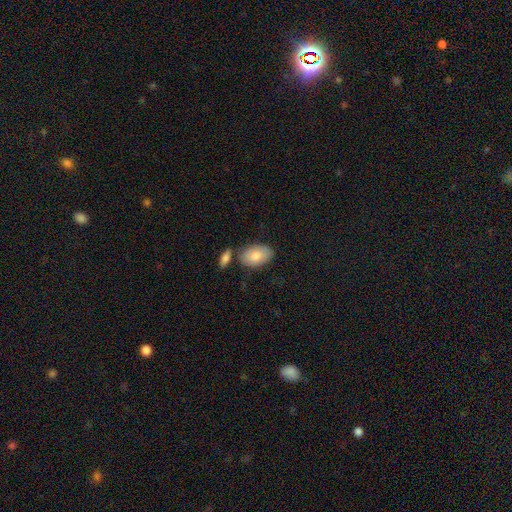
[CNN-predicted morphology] Smooth or featured: smooth — 80% (featured or disk — 14%)
How rounded: in between — 92% (round — 6%)
Merging: none — 68% (minor disturbance — 15%)